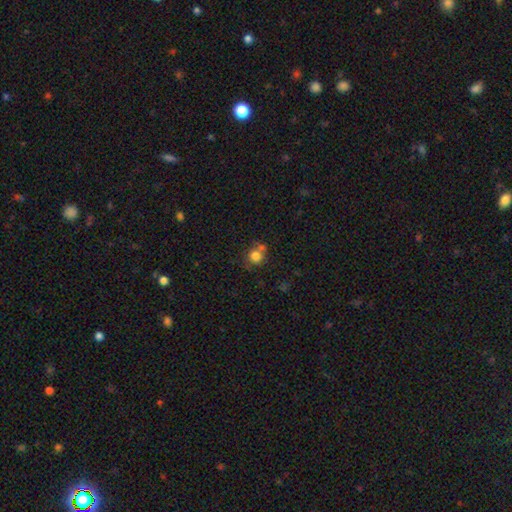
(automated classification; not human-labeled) This is likely a smooth galaxy (78%). How rounded: clearly round (86%). Merging: possibly none (57%).